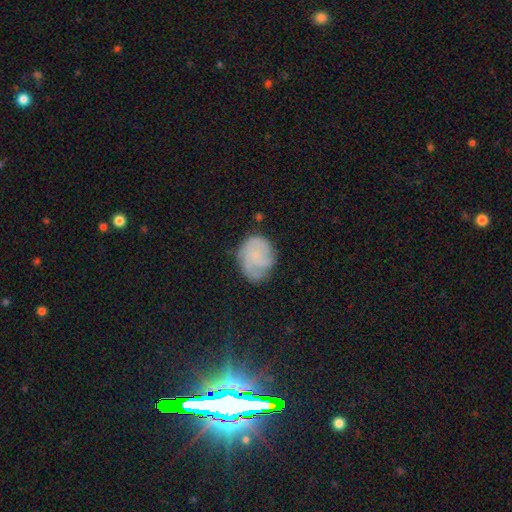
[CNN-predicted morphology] Smooth or featured: featured or disk — 48% (smooth — 43%)
Merging: none — 61% (minor disturbance — 26%)